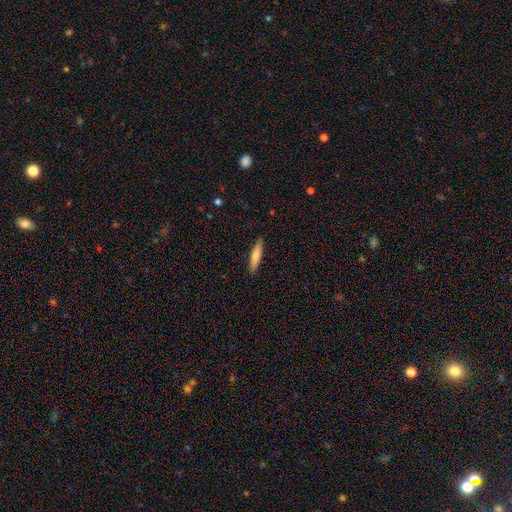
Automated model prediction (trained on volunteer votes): Smooth or featured: smooth — 72% (featured or disk — 22%)
How rounded: cigar-shaped — 85% (in between — 14%)
Merging: none — 89% (minor disturbance — 8%)